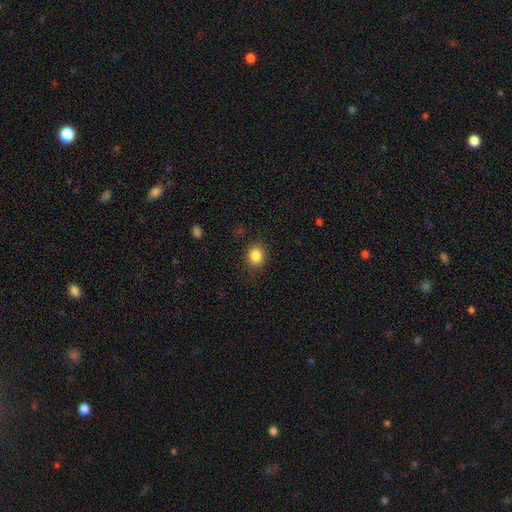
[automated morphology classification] smooth_or_featured: smooth (p=0.85) [alt: star or artifact p=0.10]
how_rounded: round (p=0.61) [alt: in between p=0.38]
merging: none (p=0.86) [alt: minor disturbance p=0.10]